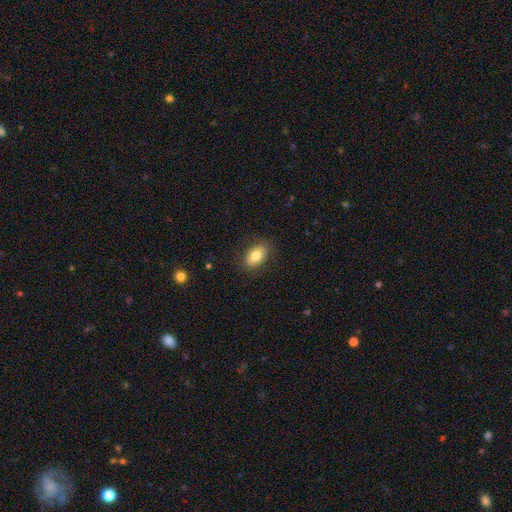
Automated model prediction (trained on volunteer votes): A smooth galaxy with no disk features (79%) that is in between round and cigar-shaped (88%). Merging: none (86%).